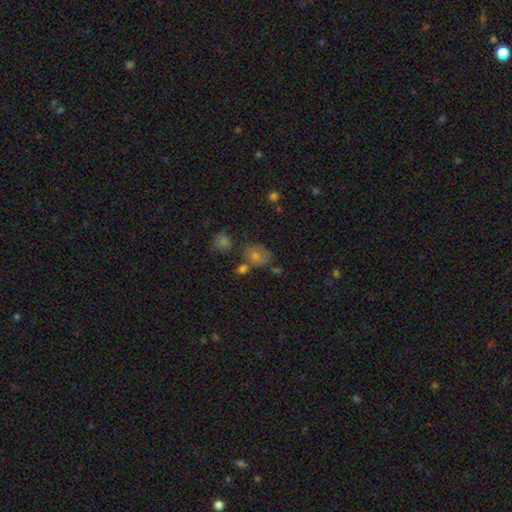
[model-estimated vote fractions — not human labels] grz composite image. It shows a smooth galaxy with no disk features (54%) that is round (50%). Merging: none (57%).